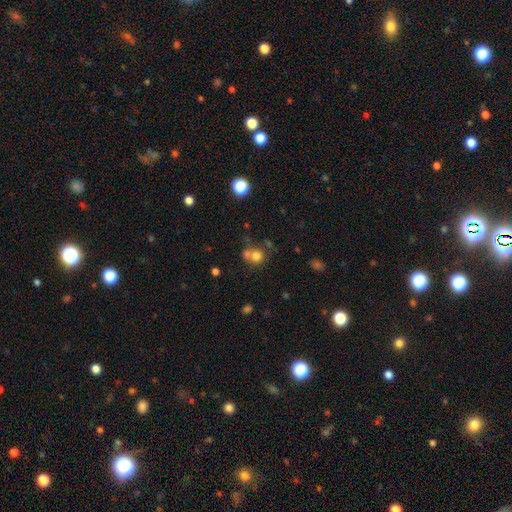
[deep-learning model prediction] smooth_or_featured: smooth (p=0.75) [alt: star or artifact p=0.14]
how_rounded: round (p=0.80) [alt: in between p=0.19]
merging: none (p=0.43) [alt: merger p=0.40]